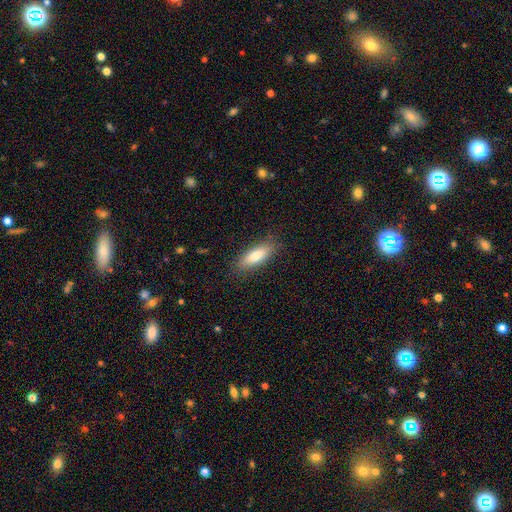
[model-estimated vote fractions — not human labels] Smooth or featured: smooth — 82% (featured or disk — 12%)
How rounded: in between — 62% (cigar-shaped — 36%)
Merging: none — 86% (minor disturbance — 11%)